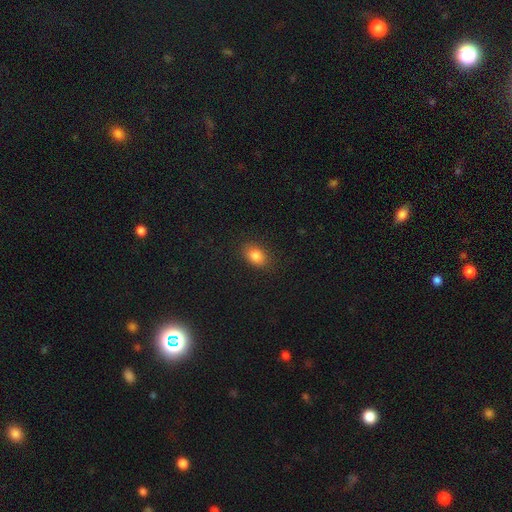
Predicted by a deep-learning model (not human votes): Smooth or featured? Predicted: smooth (p=0.84). How rounded? Predicted: in between (p=0.78). Merging? Predicted: none (p=0.85).